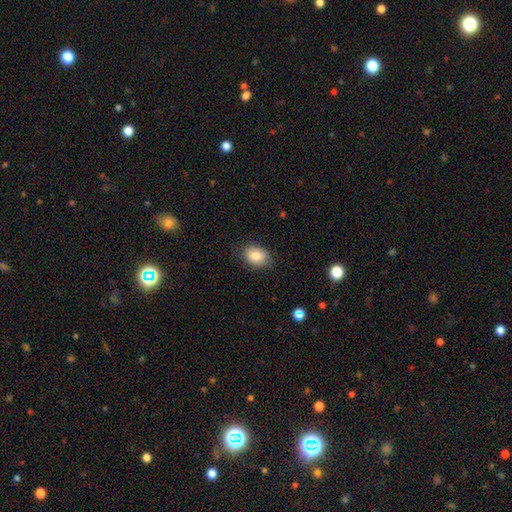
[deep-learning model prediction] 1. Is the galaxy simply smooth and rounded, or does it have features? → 84% smooth, 8% star or artifact, 7% featured or disk.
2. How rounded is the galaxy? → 67% in between, 32% round, 1% cigar-shaped.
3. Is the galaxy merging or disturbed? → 81% none, 15% minor disturbance, 3% major disturbance, 1% merger.